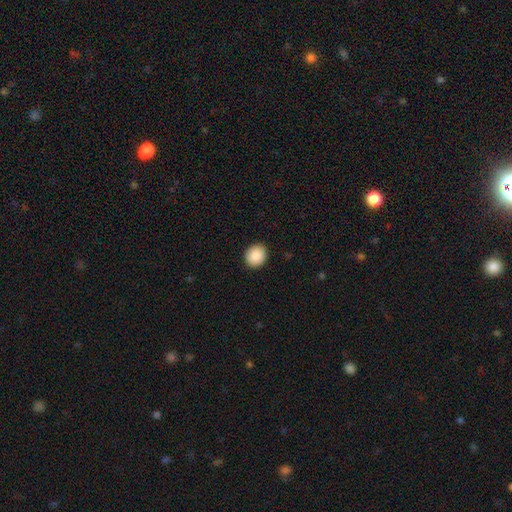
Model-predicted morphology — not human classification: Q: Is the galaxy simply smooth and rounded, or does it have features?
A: smooth — 90%.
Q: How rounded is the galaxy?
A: round — 81%.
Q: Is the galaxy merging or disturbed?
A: none — 91%.